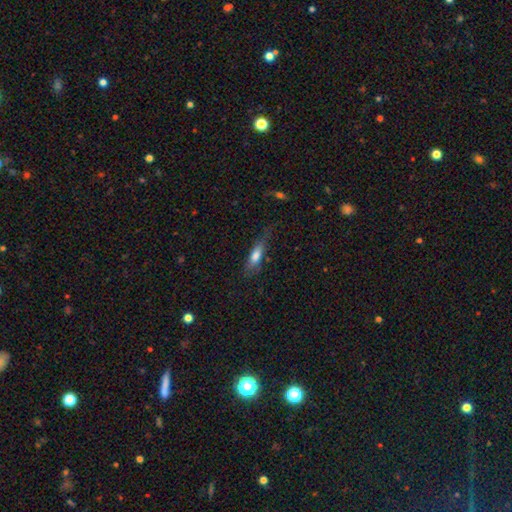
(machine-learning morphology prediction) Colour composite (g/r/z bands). It shows a smooth galaxy with no disk features (71%) that is cigar-shaped (49%). Merging: none (55%).